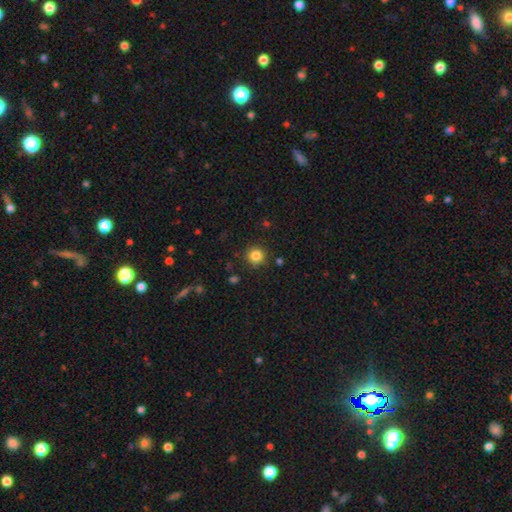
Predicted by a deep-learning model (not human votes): smooth 84%, star or artifact 11%, featured or disk 5%. Down the decision tree: how rounded — round (94%); merging — none (89%).